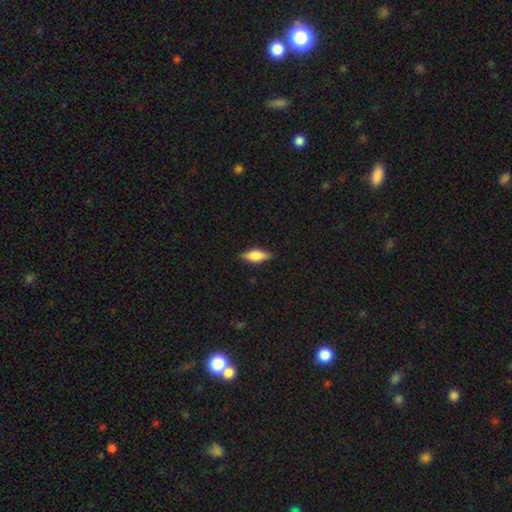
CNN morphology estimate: The model was most divided on "smooth or featured": smooth: 61%, featured or disk: 32%, star or artifact: 7%. More confident: merging — none (86%); how rounded — in between (69%).